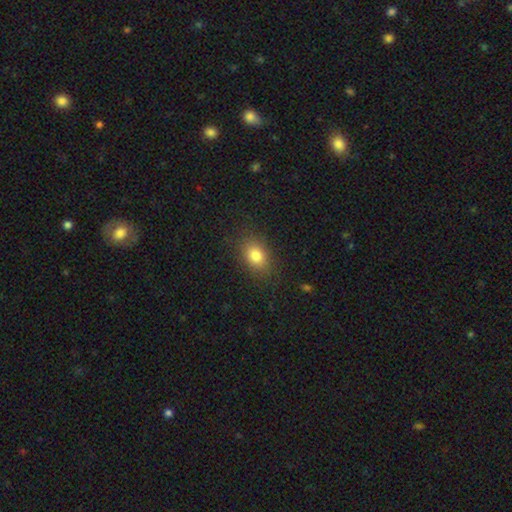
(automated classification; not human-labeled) smooth-or-featured: smooth: 82% | star or artifact: 10% | featured or disk: 8%
  how-rounded: in between: 73% | round: 25% | cigar-shaped: 2%
  merging: none: 85% | minor disturbance: 11% | major disturbance: 4% | merger: 1%